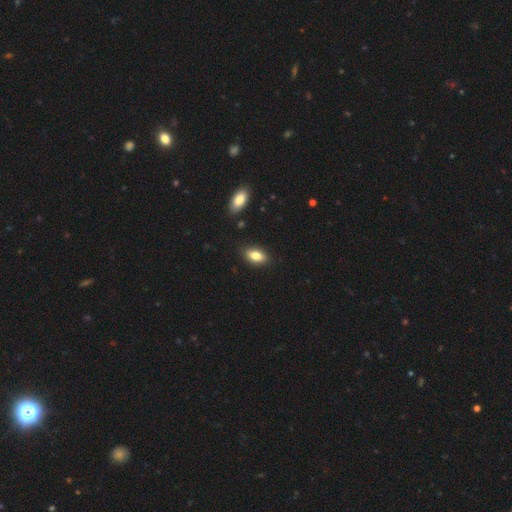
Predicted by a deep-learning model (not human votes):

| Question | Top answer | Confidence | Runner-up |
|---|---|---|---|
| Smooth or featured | smooth | 81% | featured or disk (11%) |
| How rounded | in between | 90% | cigar-shaped (5%) |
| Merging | none | 87% | minor disturbance (9%) |